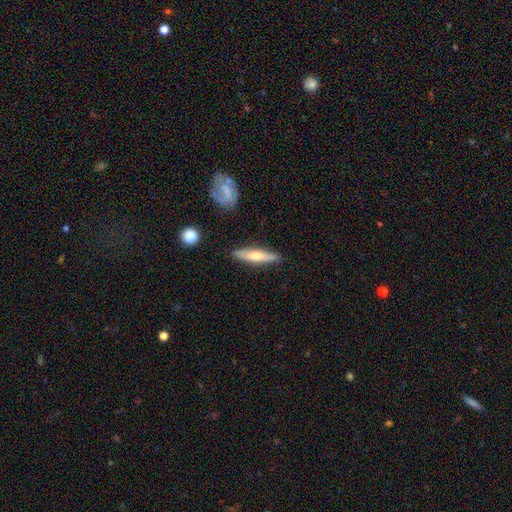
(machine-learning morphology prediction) smooth-or-featured: featured or disk: 52% | smooth: 42% | star or artifact: 6%
  disk-edge-on: yes: 90% | no: 10%
  merging: none: 86% | minor disturbance: 10% | major disturbance: 2% | merger: 2%